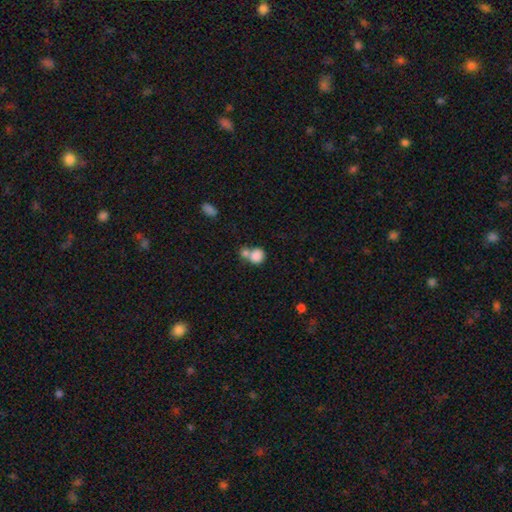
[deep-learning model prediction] This is clearly a smooth galaxy (84%). How rounded: likely round (77%). Merging: possibly merger (48%).